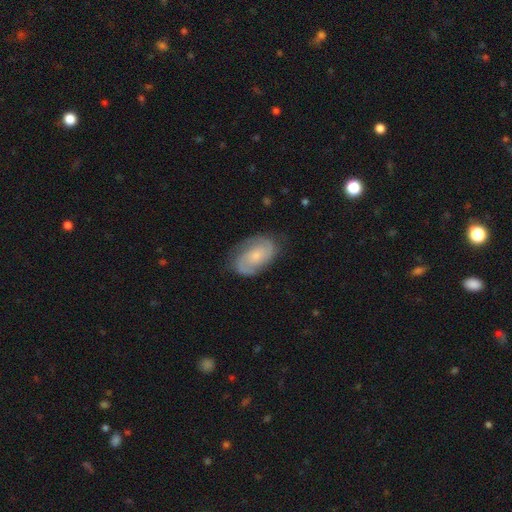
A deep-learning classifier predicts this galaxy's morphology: smooth_or_featured: featured or disk (p=0.75) [alt: smooth p=0.19]
disk_edge_on: no (p=0.97) [alt: yes p=0.03]
bar: no (p=0.65) [alt: weak p=0.30]
has_spiral_arms: yes (p=0.94) [alt: no p=0.06]
spiral_winding: tight (p=0.44) [alt: medium p=0.43]
spiral_arm_count: 2 (p=0.81) [alt: can't tell p=0.10]
bulge_size: small (p=0.55) [alt: moderate p=0.34]
merging: none (p=0.77) [alt: minor disturbance p=0.17]